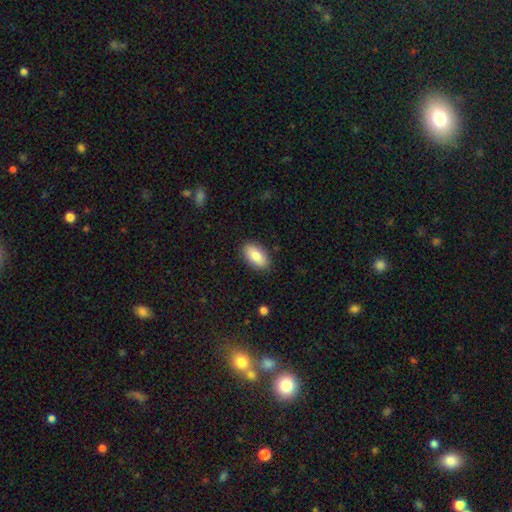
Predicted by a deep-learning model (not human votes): smooth 82%, featured or disk 11%, star or artifact 7%. Down the decision tree: how rounded — in between (93%); merging — none (88%).